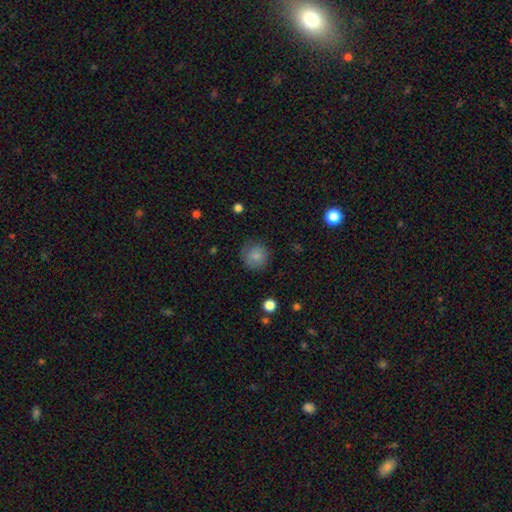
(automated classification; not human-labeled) A smooth galaxy with no disk features (83%) that is round (90%). Merging: none (77%).